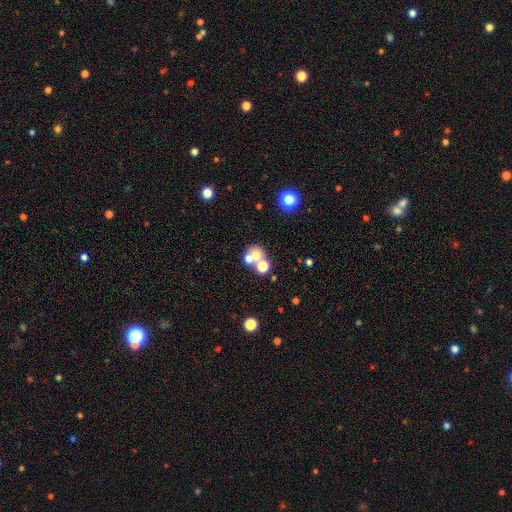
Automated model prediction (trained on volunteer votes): Smooth or featured?
  - smooth: 60% *
  - featured or disk: 21%
  - star or artifact: 19%
How rounded?
  - round: 80% *
  - in between: 19%
  - cigar-shaped: 1%
Merging?
  - merger: 49% *
  - none: 39%
  - minor disturbance: 7%
  - major disturbance: 5%